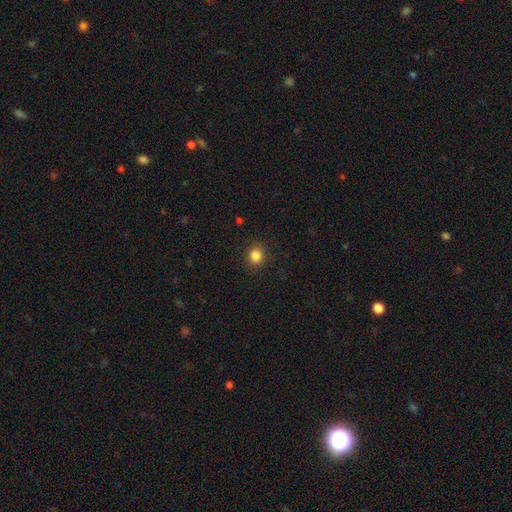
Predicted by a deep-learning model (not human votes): smooth-or-featured: smooth: 84% | star or artifact: 11% | featured or disk: 4%
  how-rounded: round: 79% | in between: 20% | cigar-shaped: 1%
  merging: none: 90% | minor disturbance: 7% | major disturbance: 2% | merger: 1%